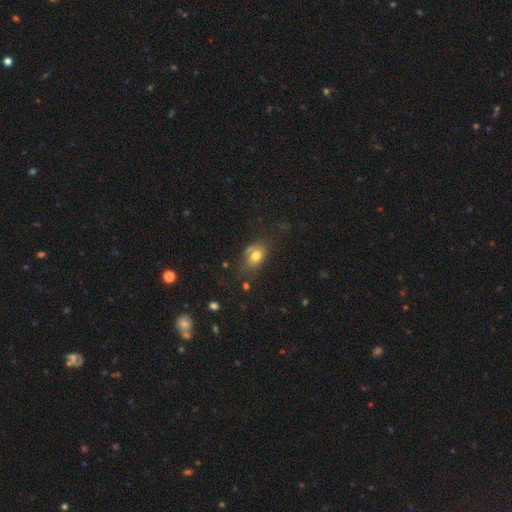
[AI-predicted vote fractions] Smooth or featured?
  - smooth: 75% *
  - featured or disk: 15%
  - star or artifact: 10%
How rounded?
  - in between: 76% *
  - round: 22%
  - cigar-shaped: 2%
Merging?
  - none: 54% *
  - minor disturbance: 26%
  - major disturbance: 10%
  - merger: 9%